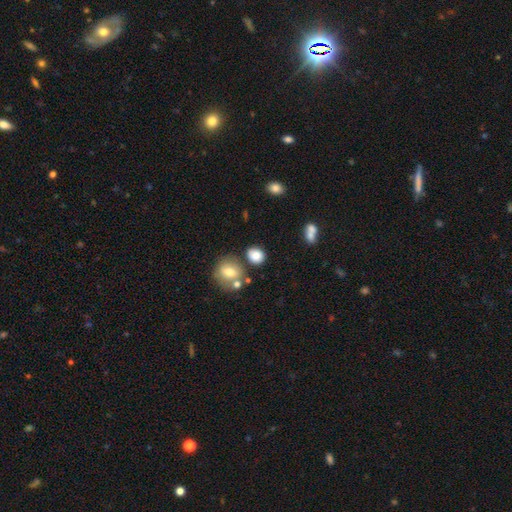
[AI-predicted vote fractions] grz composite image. It shows a smooth galaxy with no disk features (82%) that is round (66%). Merging: none (70%).